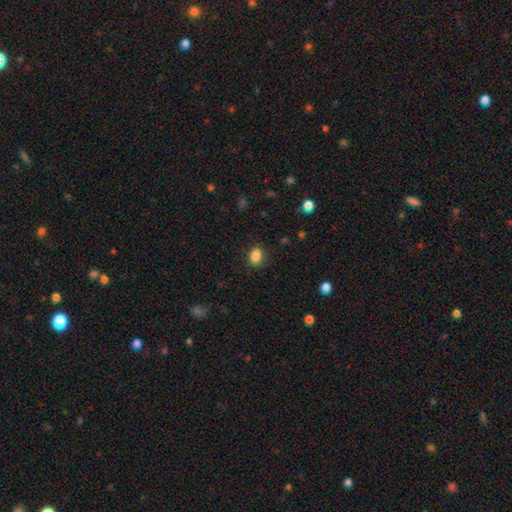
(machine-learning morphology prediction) This appears to be a smooth galaxy with no disk features (86%) that is in between round and cigar-shaped (61%). Merging: none (86%).